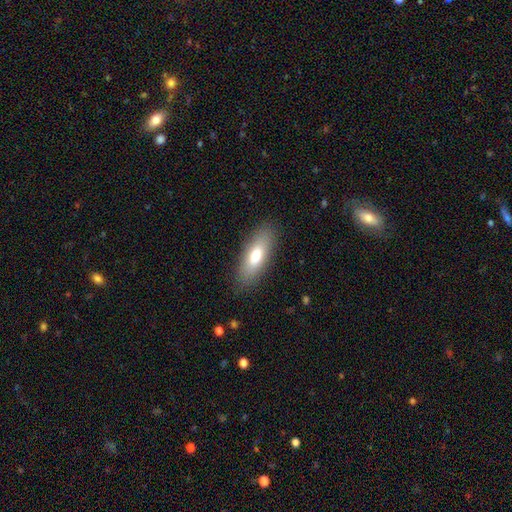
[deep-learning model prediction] A smooth galaxy with no disk features (75%) that is in between round and cigar-shaped (67%). Merging: none (87%).